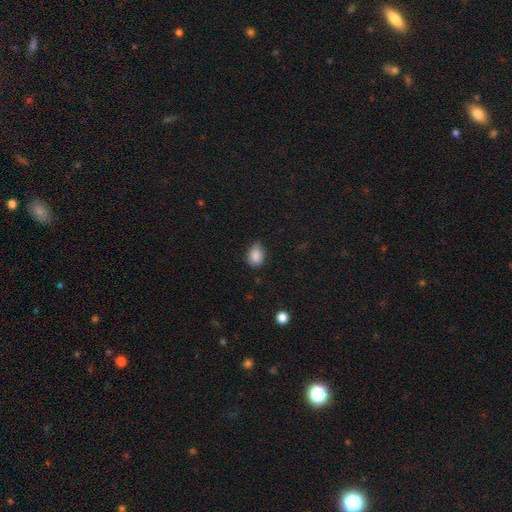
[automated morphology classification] Overall: smooth (87%). How rounded: in between (72%). Merging: none (69%).